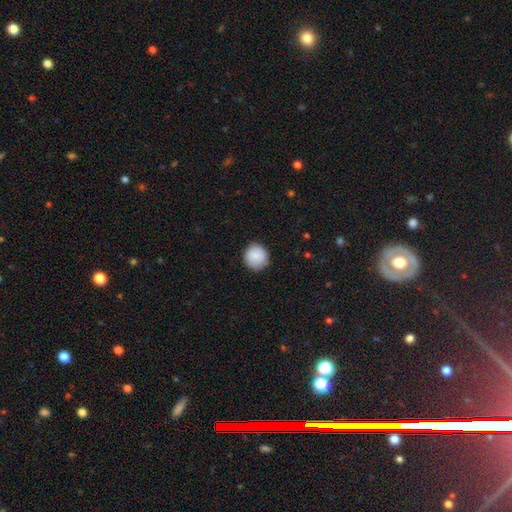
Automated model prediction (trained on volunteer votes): Morphology: type=smooth (87%); roundness=round (92%); merging=none (88%).